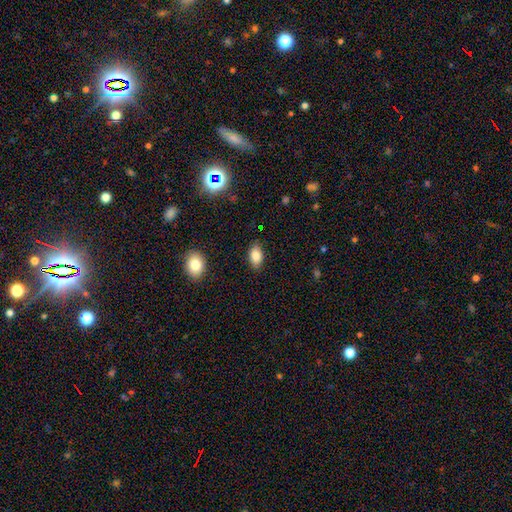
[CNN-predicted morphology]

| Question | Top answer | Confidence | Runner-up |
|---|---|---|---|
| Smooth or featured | smooth | 84% | star or artifact (8%) |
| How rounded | in between | 91% | round (7%) |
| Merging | none | 84% | minor disturbance (12%) |